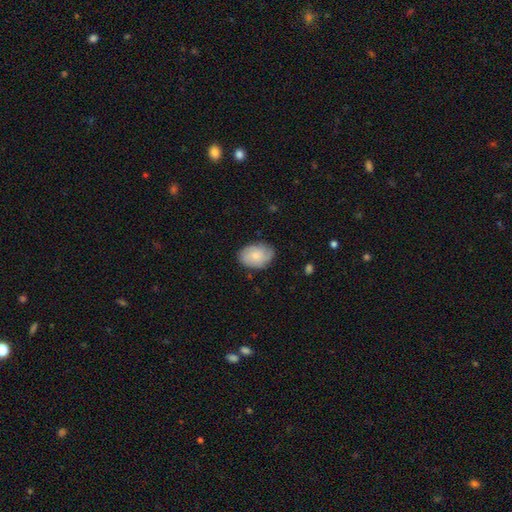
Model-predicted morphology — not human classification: smooth 57%, featured or disk 36%, star or artifact 7%. Down the decision tree: how rounded — in between (80%); merging — none (75%).